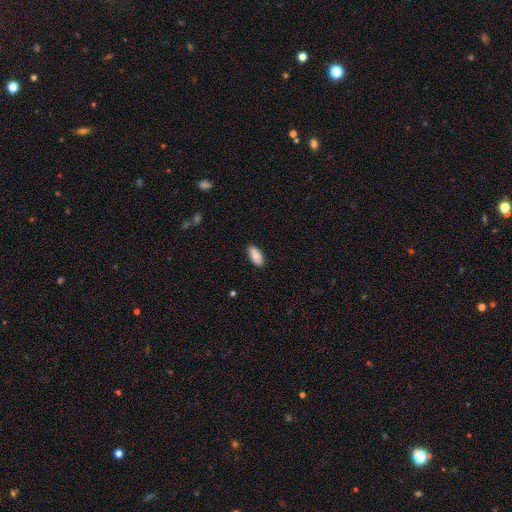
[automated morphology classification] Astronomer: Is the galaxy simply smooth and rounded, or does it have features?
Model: smooth — 88%.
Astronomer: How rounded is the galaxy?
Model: in between — 89%.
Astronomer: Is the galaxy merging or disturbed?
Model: none — 85%.